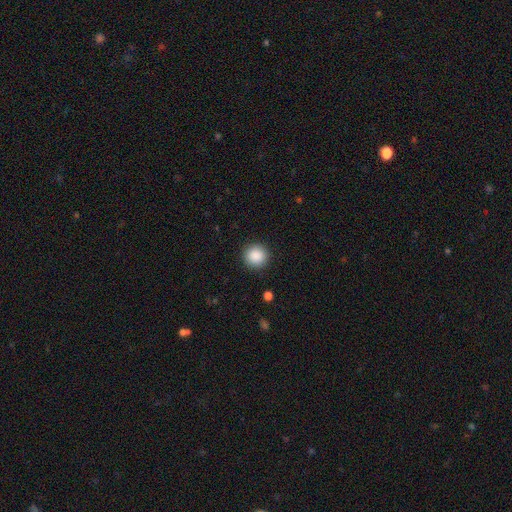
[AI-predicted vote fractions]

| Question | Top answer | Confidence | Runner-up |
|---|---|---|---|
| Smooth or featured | smooth | 88% | star or artifact (9%) |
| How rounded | round | 95% | in between (4%) |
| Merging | none | 91% | minor disturbance (5%) |